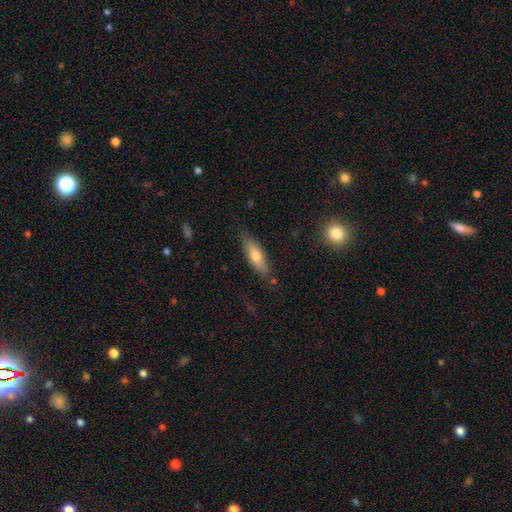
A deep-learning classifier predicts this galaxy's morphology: A smooth galaxy with no disk features (67%) that is in between round and cigar-shaped (52%).

Vote fractions:
- Smooth or featured? smooth: 67% / featured or disk: 27% / star or artifact: 7%
- How rounded? in between: 52% / cigar-shaped: 45% / round: 2%
- Merging? none: 79% / minor disturbance: 15% / major disturbance: 3% / merger: 3%